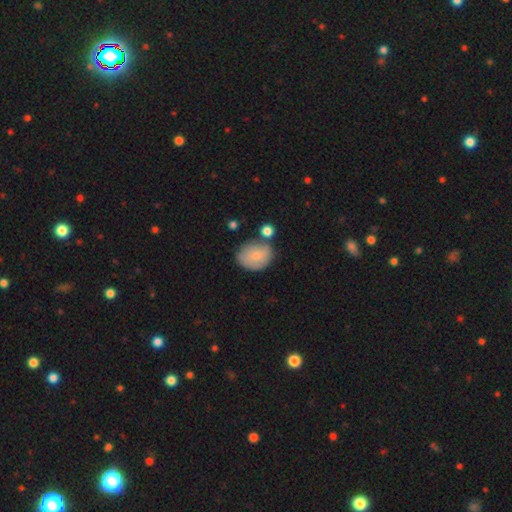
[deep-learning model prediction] This appears to be a smooth galaxy with no disk features (72%) that is round (51%). Merging: none (58%).